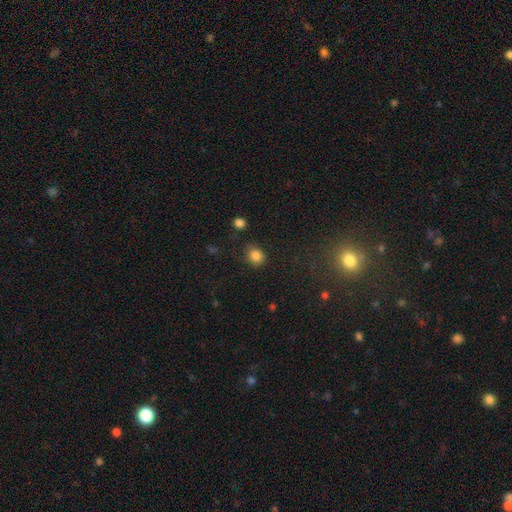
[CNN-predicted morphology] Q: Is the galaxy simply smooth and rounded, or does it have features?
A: smooth — 84%.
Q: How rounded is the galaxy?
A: round — 70%.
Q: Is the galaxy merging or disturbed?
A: none — 79%.